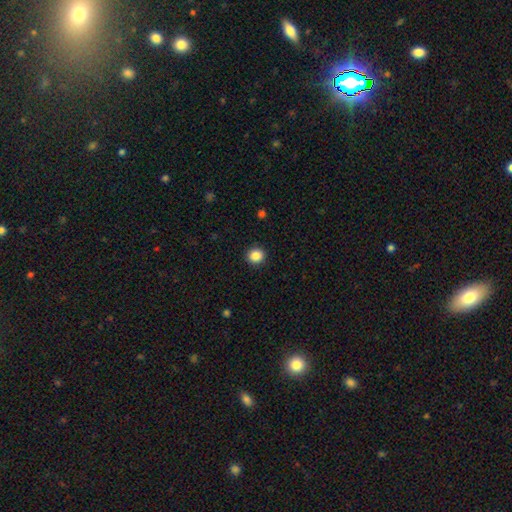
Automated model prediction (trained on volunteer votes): A smooth galaxy with no disk features (86%) that is round (87%). Merging: none (92%).